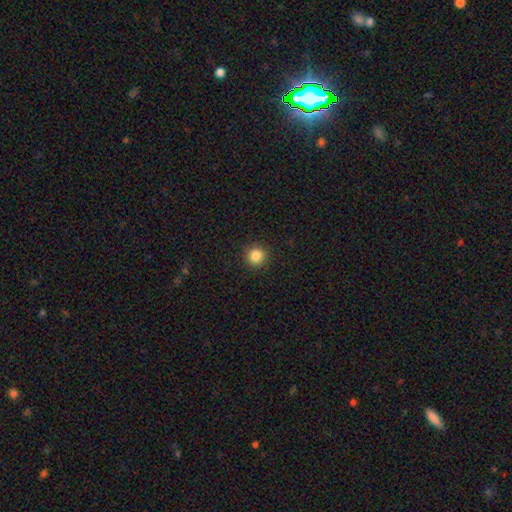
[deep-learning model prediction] Q: Smooth or featured?
A: smooth (85%); runner-up: star or artifact (11%)
Q: How rounded?
A: round (93%); runner-up: in between (6%)
Q: Merging?
A: none (92%); runner-up: minor disturbance (5%)